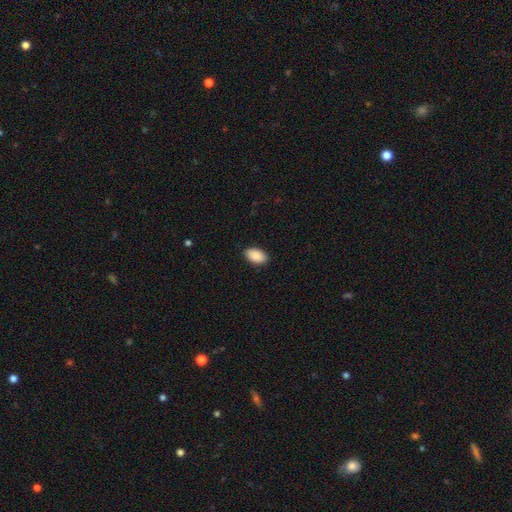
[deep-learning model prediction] smooth 90%, star or artifact 6%, featured or disk 3%. Down the decision tree: how rounded — in between (95%); merging — none (88%).